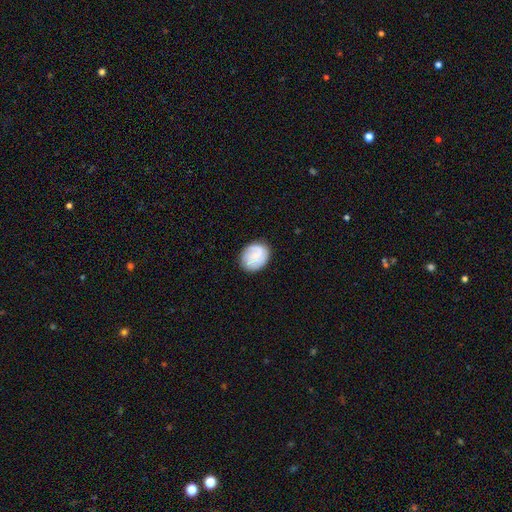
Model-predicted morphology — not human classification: The model was most divided on "how rounded": round: 58%, in between: 41%, cigar-shaped: 1%. More confident: merging — none (81%); smooth or featured — smooth (57%).